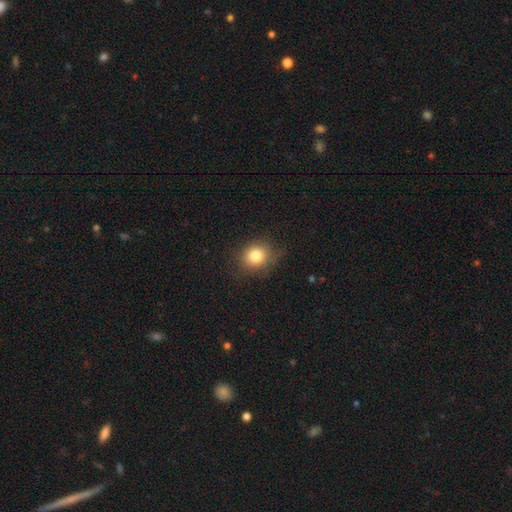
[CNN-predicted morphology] This is clearly a smooth galaxy (81%). How rounded: likely round (72%). Merging: likely none (78%).